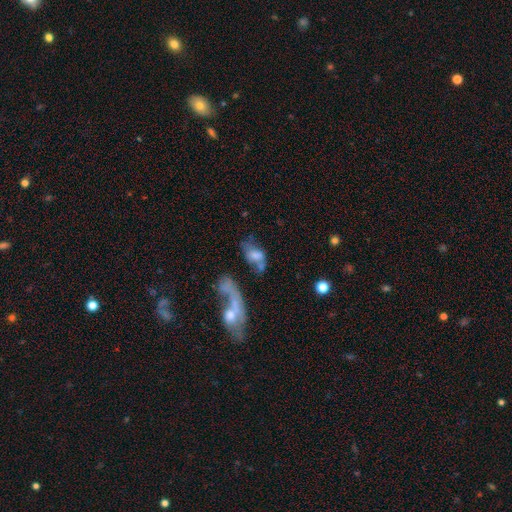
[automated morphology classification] The model was most divided on "merging": merger: 34%, major disturbance: 28%, none: 22%, minor disturbance: 15%. More confident: how rounded — in between (86%); smooth or featured — smooth (52%).